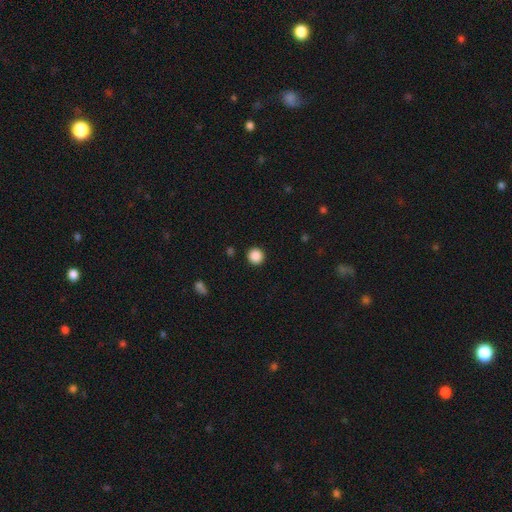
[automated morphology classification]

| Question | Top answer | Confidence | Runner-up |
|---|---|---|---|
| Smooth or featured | smooth | 88% | star or artifact (10%) |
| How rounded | round | 95% | in between (4%) |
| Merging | none | 93% | minor disturbance (4%) |